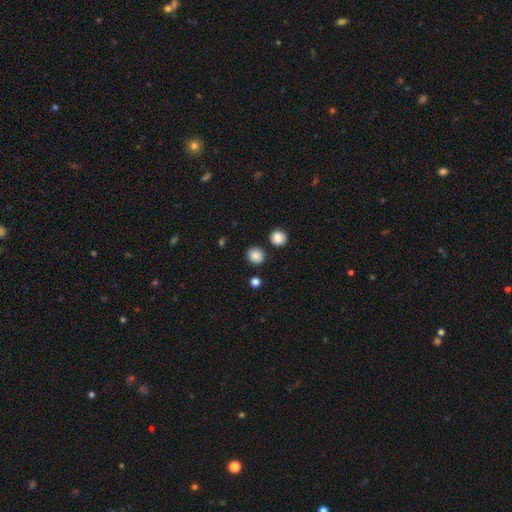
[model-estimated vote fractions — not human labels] A smooth galaxy with no disk features (86%) that is round (86%). Merging: none (86%).